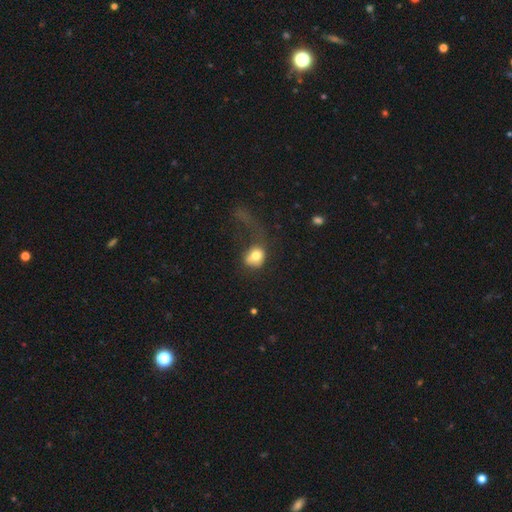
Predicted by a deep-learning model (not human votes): The model was most divided on "how rounded": round: 58%, in between: 41%, cigar-shaped: 1%. More confident: smooth or featured — smooth (74%); merging — major disturbance (51%).